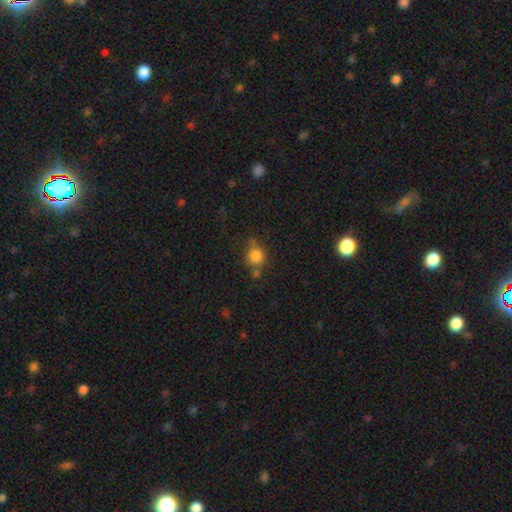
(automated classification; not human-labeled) Q: Smooth or featured?
A: smooth (83%); runner-up: star or artifact (11%)
Q: How rounded?
A: round (86%); runner-up: in between (13%)
Q: Merging?
A: none (64%); runner-up: minor disturbance (17%)